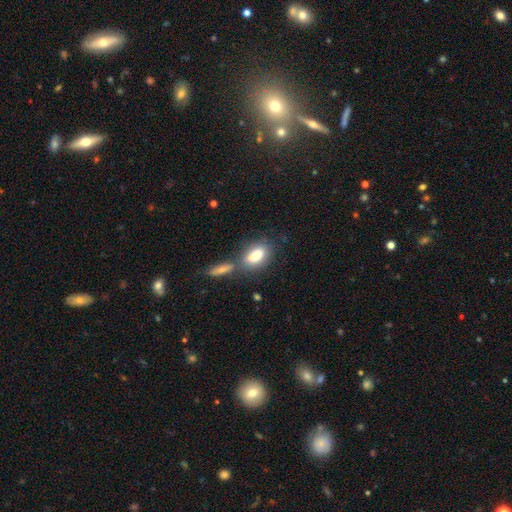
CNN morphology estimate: Overall: smooth (83%). How rounded: in between (88%). Merging: none (54%; merger 28%).